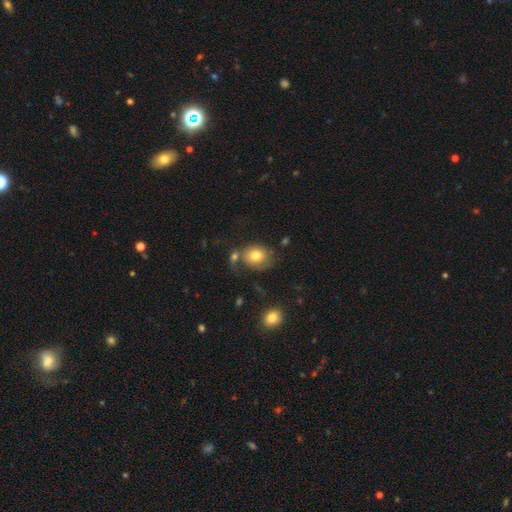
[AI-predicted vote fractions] Smooth or featured? smooth (78%)
How rounded? round (62%)
Merging? none (57%)